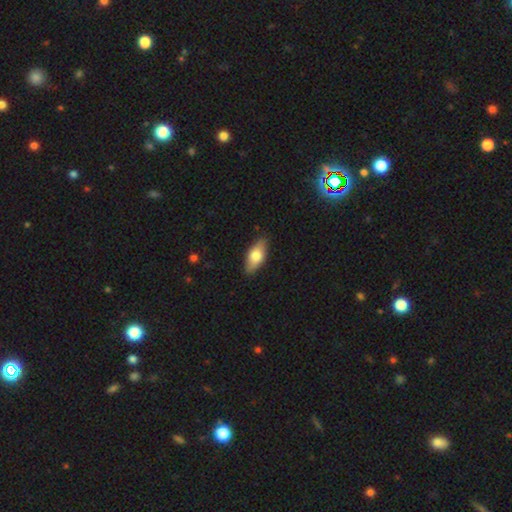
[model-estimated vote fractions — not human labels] A smooth galaxy with no disk features (71%) that is in between round and cigar-shaped (83%).

Vote fractions:
- Smooth or featured? smooth: 71% / featured or disk: 23% / star or artifact: 6%
- How rounded? in between: 83% / cigar-shaped: 14% / round: 3%
- Merging? none: 86% / minor disturbance: 11% / major disturbance: 2% / merger: 1%